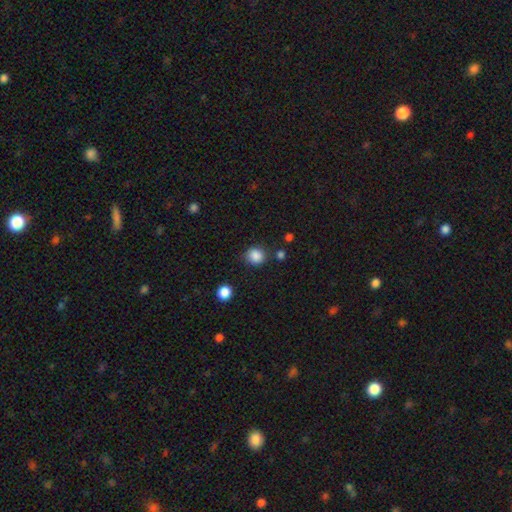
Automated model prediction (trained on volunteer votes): Smooth or featured: smooth — 86% (star or artifact — 10%)
How rounded: round — 85% (in between — 14%)
Merging: none — 80% (minor disturbance — 12%)